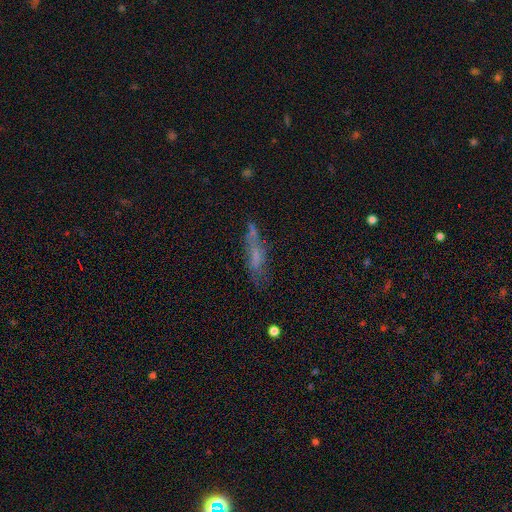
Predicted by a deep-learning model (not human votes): Q: Smooth or featured?
A: smooth (47%); runner-up: featured or disk (39%)
Q: Merging?
A: none (56%); runner-up: minor disturbance (23%)